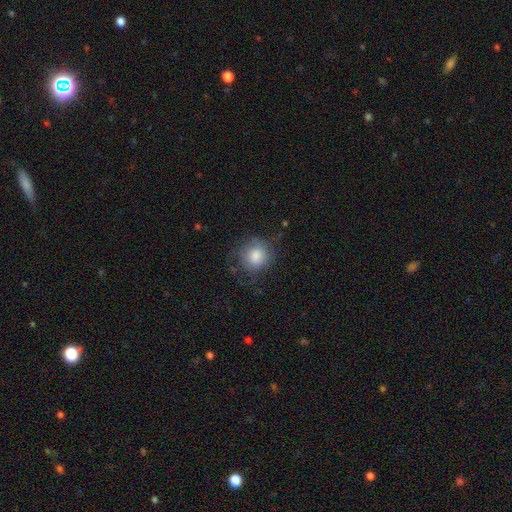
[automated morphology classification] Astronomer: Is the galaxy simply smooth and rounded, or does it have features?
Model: smooth — 74%.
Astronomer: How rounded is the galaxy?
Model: round — 86%.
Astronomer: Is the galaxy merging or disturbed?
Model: none — 64%.